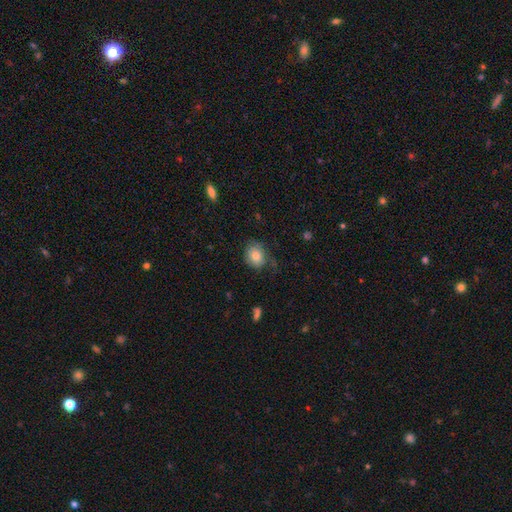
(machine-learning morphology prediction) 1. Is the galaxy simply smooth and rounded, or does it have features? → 79% smooth, 12% featured or disk, 9% star or artifact.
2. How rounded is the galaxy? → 61% round, 39% in between, 1% cigar-shaped.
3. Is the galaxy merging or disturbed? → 65% none, 24% minor disturbance, 9% major disturbance, 2% merger.